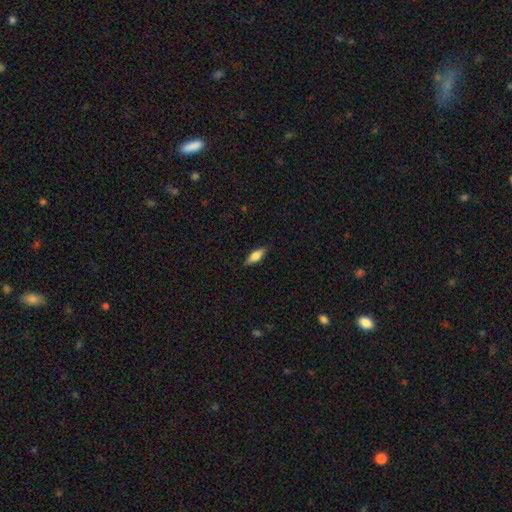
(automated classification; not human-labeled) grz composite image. It shows a smooth galaxy with no disk features (72%) that is in between round and cigar-shaped (66%). Merging: none (85%).